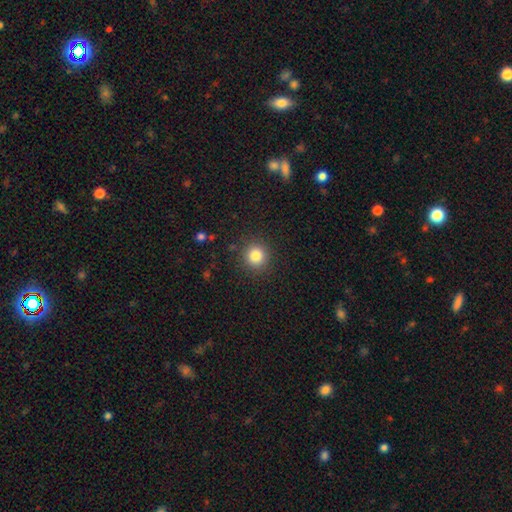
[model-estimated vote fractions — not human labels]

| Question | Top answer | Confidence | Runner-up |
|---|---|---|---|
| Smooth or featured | smooth | 84% | star or artifact (11%) |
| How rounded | round | 92% | in between (7%) |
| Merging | none | 90% | minor disturbance (7%) |